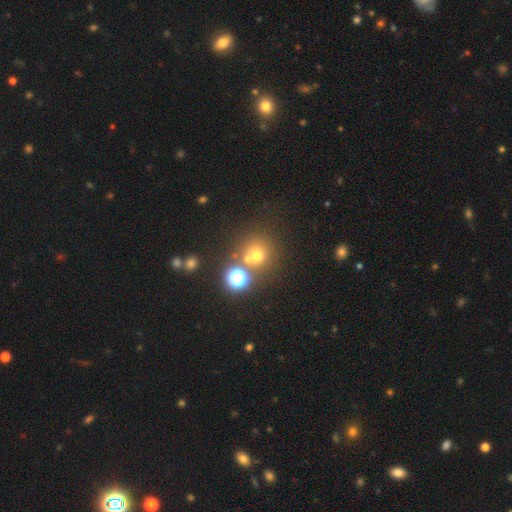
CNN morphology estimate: Smooth or featured? smooth (61%)
How rounded? round (88%)
Merging? none (63%)